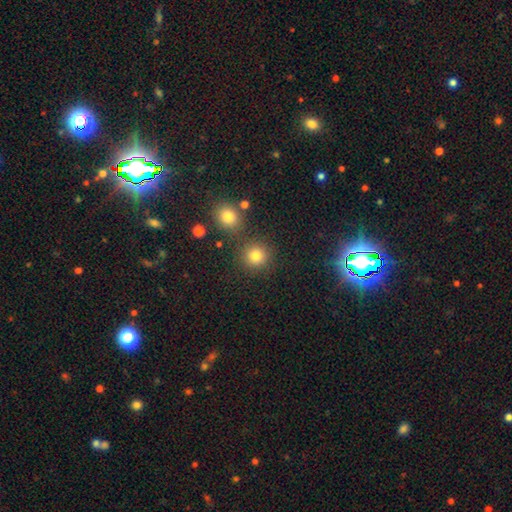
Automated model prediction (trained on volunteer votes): A smooth galaxy with no disk features (80%) that is round (91%).

Vote fractions:
- Smooth or featured? smooth: 80% / star or artifact: 14% / featured or disk: 5%
- How rounded? round: 91% / in between: 8% / cigar-shaped: 1%
- Merging? none: 81% / merger: 9% / minor disturbance: 7% / major disturbance: 3%